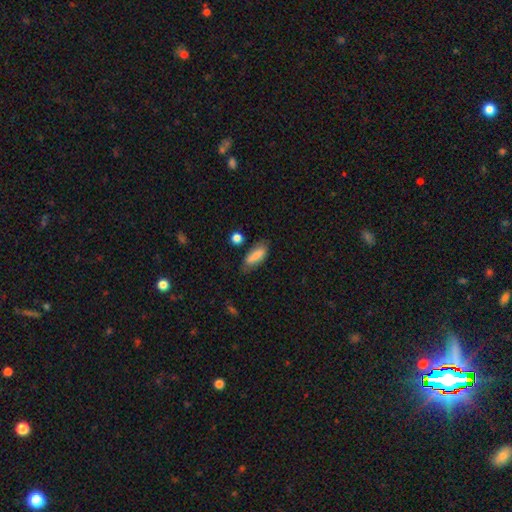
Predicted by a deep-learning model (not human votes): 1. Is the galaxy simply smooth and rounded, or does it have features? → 79% smooth, 14% featured or disk, 7% star or artifact.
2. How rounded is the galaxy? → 64% in between, 33% cigar-shaped, 3% round.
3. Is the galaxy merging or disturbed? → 68% none, 22% minor disturbance, 6% major disturbance, 4% merger.